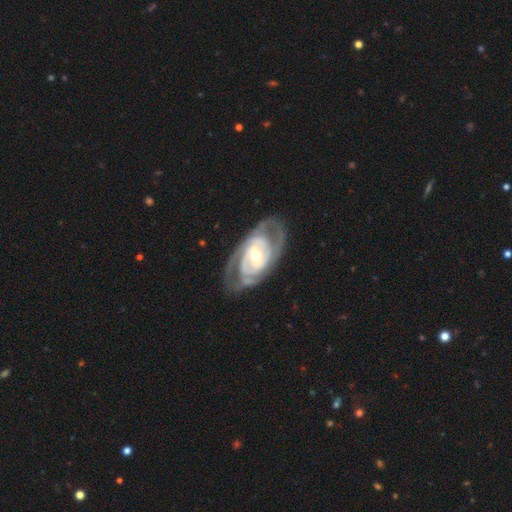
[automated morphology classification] Smooth or featured: featured or disk — 88% (smooth — 8%)
Edge-on disk: no — 95% (yes — 5%)
Bar: weak — 40% (no — 32%)
Spiral arms: yes — 93% (no — 7%)
Spiral winding: tight — 60% (medium — 33%)
Spiral arm count: 2 — 51% (can't tell — 23%)
Bulge size: small — 48% (moderate — 47%)
Merging: none — 73% (minor disturbance — 16%)